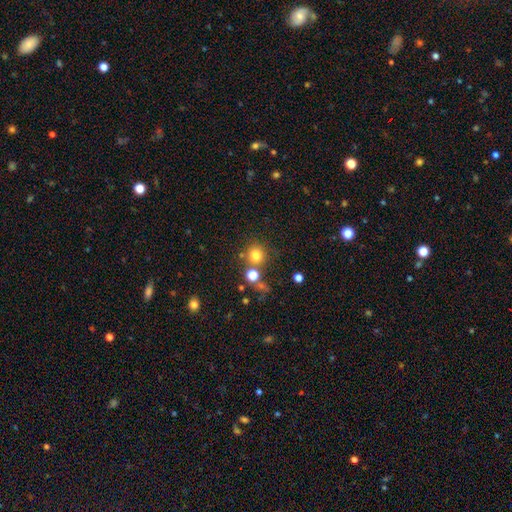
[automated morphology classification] type=smooth (77%); roundness=round (92%); merging=none (73%).